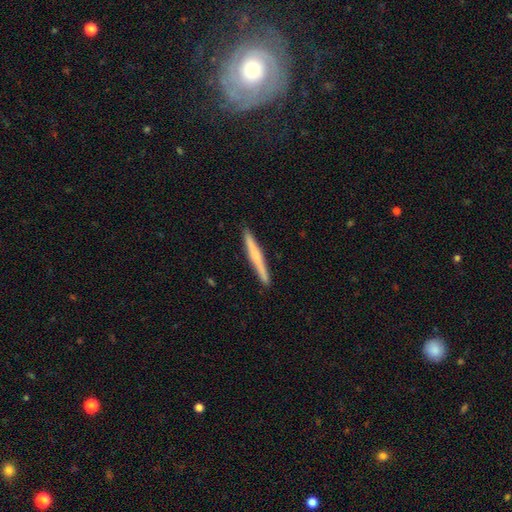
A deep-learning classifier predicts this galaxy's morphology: Overall: smooth (49%; featured or disk 45%). Merging: none (92%).